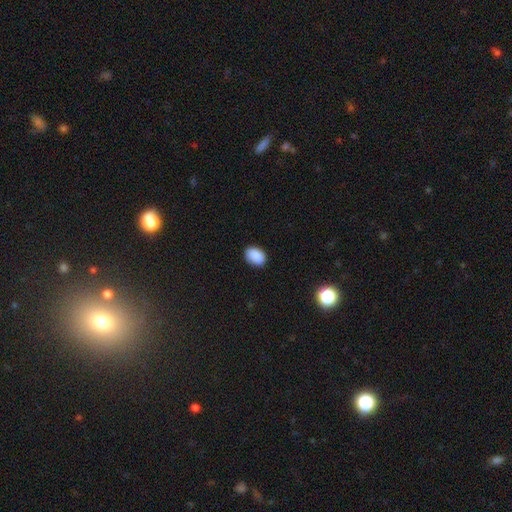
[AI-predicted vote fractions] A smooth galaxy with no disk features (88%) that is in between round and cigar-shaped (79%). Merging: none (82%).